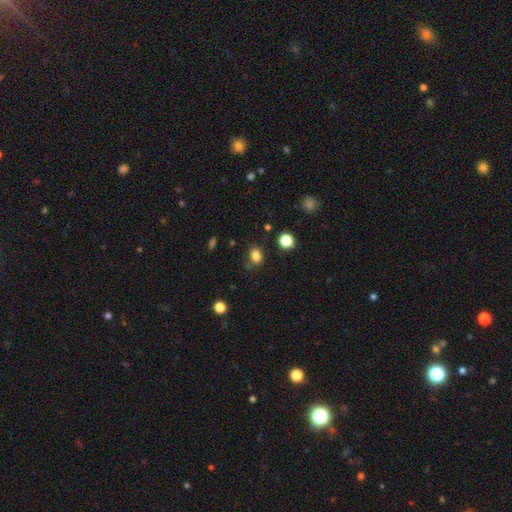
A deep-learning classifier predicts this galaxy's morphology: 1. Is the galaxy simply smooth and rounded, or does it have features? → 82% smooth, 13% star or artifact, 5% featured or disk.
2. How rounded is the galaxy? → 54% round, 45% in between, 1% cigar-shaped.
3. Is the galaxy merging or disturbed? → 74% none, 17% minor disturbance, 5% major disturbance, 4% merger.